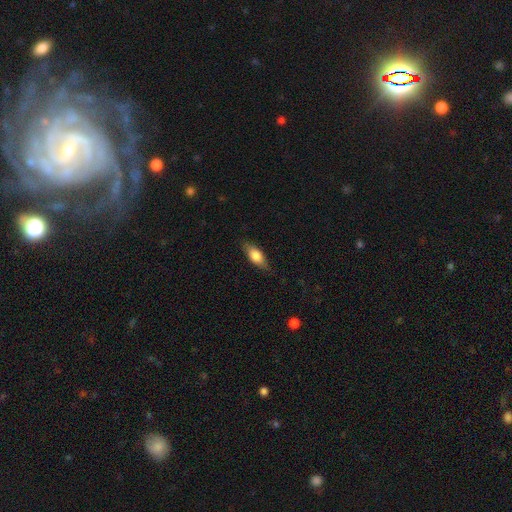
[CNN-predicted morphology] Q: Smooth or featured?
A: smooth (73%); runner-up: featured or disk (21%)
Q: How rounded?
A: in between (80%); runner-up: cigar-shaped (16%)
Q: Merging?
A: none (80%); runner-up: minor disturbance (16%)